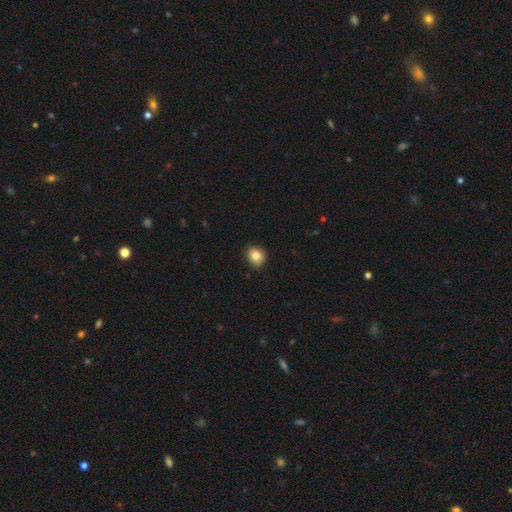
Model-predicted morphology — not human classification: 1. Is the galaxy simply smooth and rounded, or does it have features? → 84% smooth, 10% star or artifact, 7% featured or disk.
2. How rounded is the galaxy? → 68% round, 32% in between, 1% cigar-shaped.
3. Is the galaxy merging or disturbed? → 84% none, 13% minor disturbance, 2% major disturbance, 1% merger.